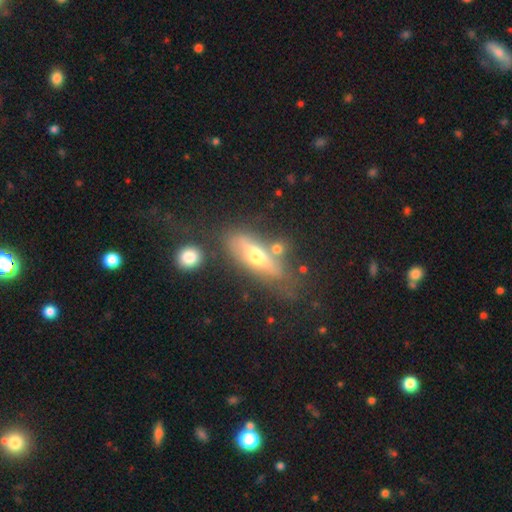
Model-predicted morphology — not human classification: Overall: smooth (46%, tied with featured or disk). Merging: none (58%; minor disturbance 19%).